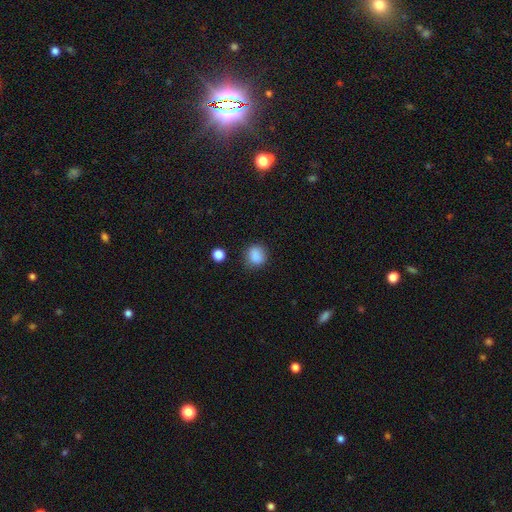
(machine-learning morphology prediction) smooth-or-featured: smooth: 85% | star or artifact: 10% | featured or disk: 5%
  how-rounded: round: 71% | in between: 28% | cigar-shaped: 1%
  merging: none: 78% | minor disturbance: 15% | major disturbance: 4% | merger: 3%